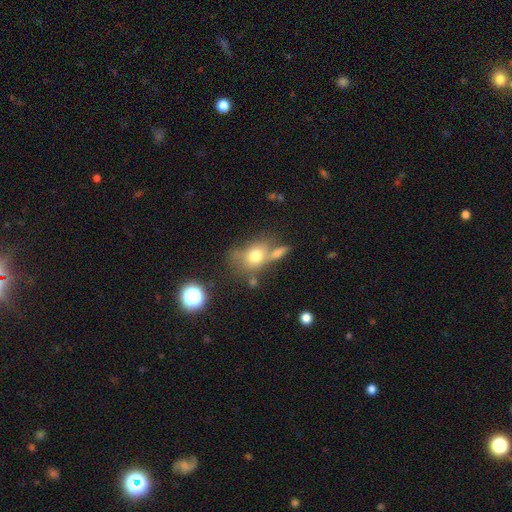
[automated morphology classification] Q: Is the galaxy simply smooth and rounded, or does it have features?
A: smooth — 70%.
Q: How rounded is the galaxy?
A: in between — 57%.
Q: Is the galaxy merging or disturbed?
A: none — 42%.